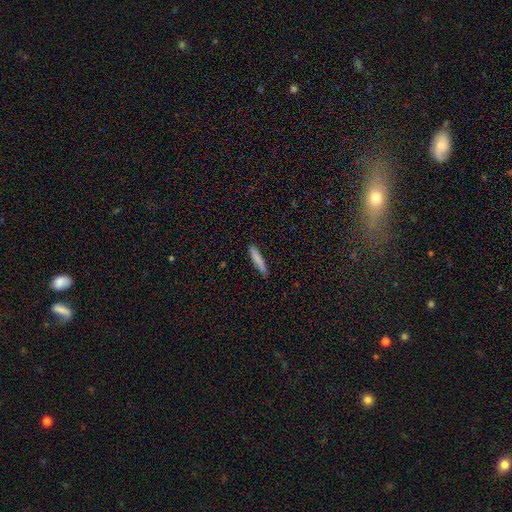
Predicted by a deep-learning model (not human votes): Morphology: type=smooth (80%); roundness=cigar-shaped (94%); merging=none (90%).